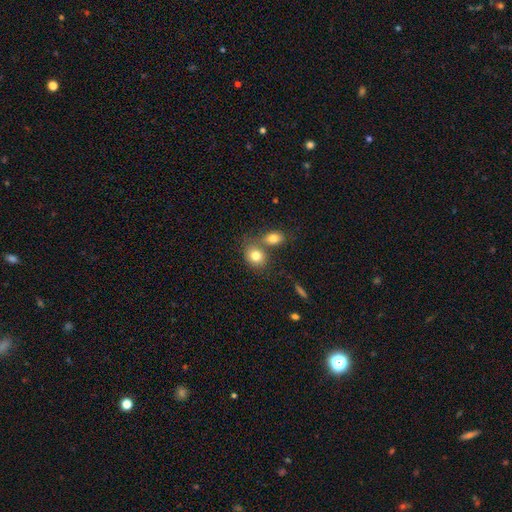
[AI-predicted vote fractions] smooth-or-featured: smooth: 80% | featured or disk: 11% | star or artifact: 10%
  how-rounded: round: 55% | in between: 44% | cigar-shaped: 1%
  merging: none: 46% | merger: 41% | minor disturbance: 10% | major disturbance: 4%